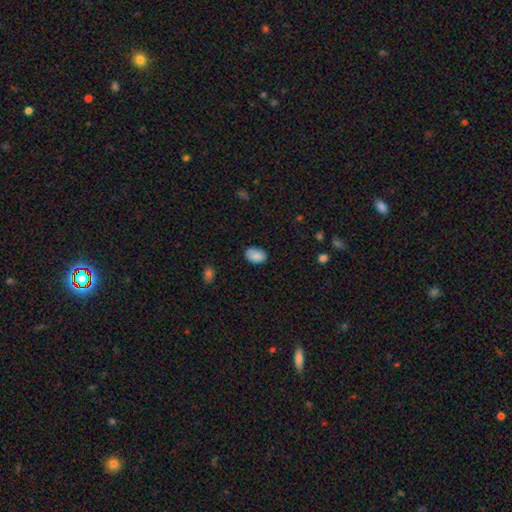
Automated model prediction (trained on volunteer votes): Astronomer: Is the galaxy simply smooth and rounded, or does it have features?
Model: smooth — 87%.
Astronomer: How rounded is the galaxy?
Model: in between — 86%.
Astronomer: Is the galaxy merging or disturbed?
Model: none — 74%.